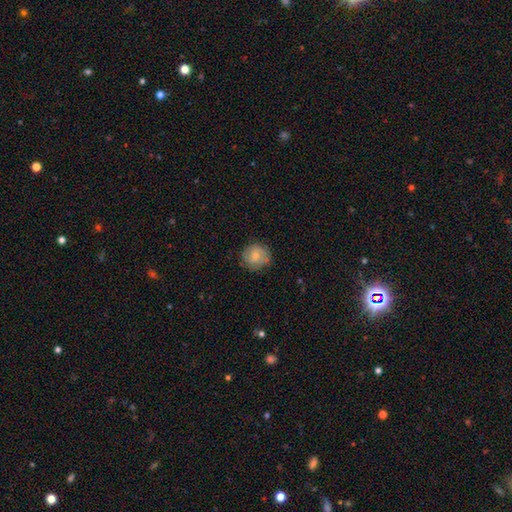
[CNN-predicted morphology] smooth_or_featured: smooth (p=0.68) [alt: featured or disk p=0.24]
how_rounded: round (p=0.88) [alt: in between p=0.11]
merging: none (p=0.79) [alt: minor disturbance p=0.16]